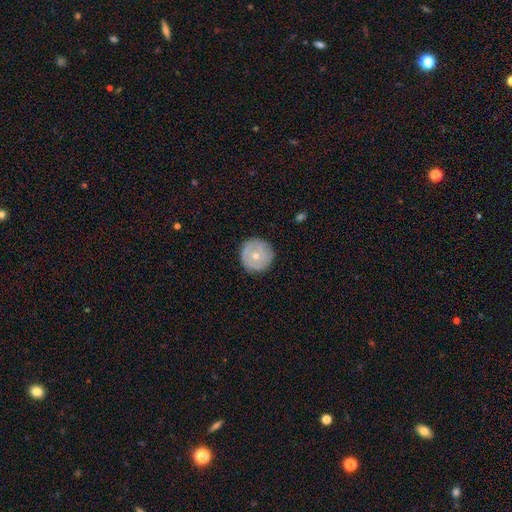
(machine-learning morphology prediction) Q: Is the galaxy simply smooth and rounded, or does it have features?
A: smooth — 57%.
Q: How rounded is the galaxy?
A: round — 96%.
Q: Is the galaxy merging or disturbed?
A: none — 87%.